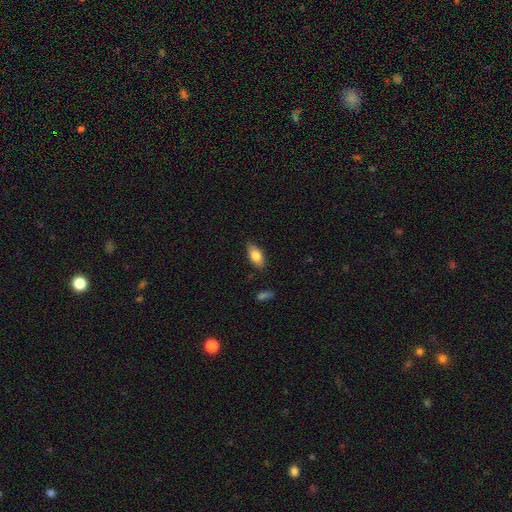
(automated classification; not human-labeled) This appears to be a smooth galaxy with no disk features (81%) that is in between round and cigar-shaped (89%). Merging: none (83%).